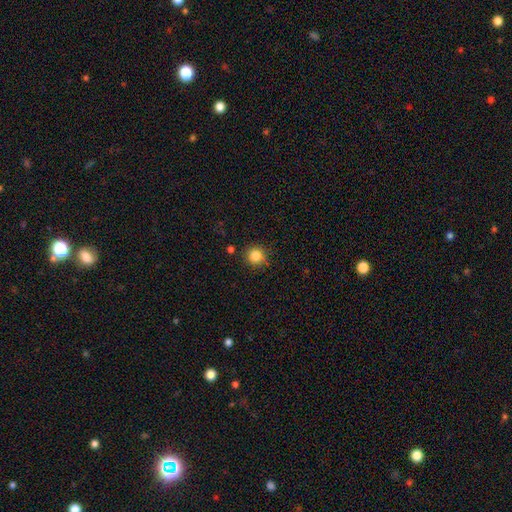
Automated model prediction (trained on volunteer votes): Smooth or featured? smooth (85%)
How rounded? round (94%)
Merging? none (84%)